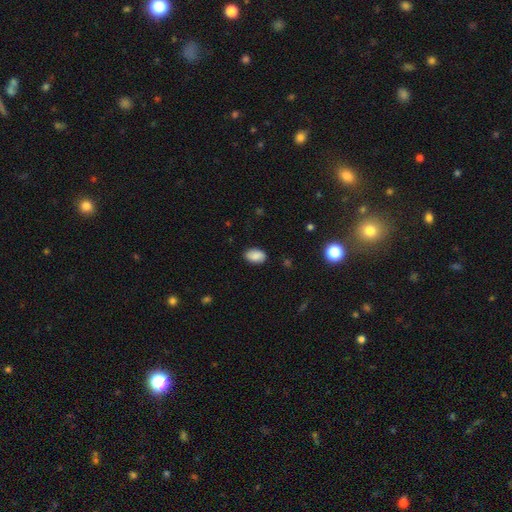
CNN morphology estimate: smooth_or_featured: smooth (p=0.86) [alt: star or artifact p=0.08]
how_rounded: in between (p=0.91) [alt: round p=0.08]
merging: none (p=0.86) [alt: minor disturbance p=0.11]